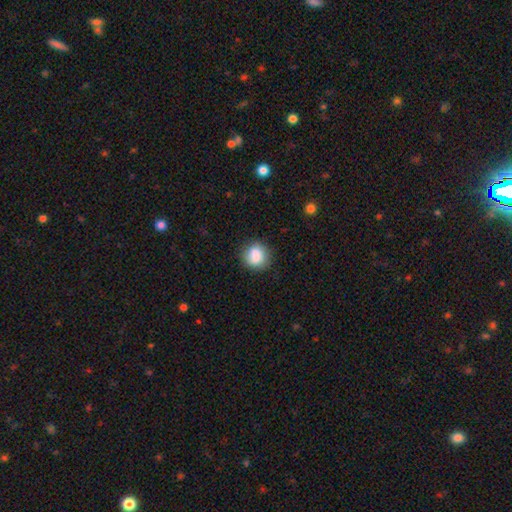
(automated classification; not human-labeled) smooth 85%, star or artifact 9%, featured or disk 7%. Down the decision tree: how rounded — round (77%); merging — none (80%).